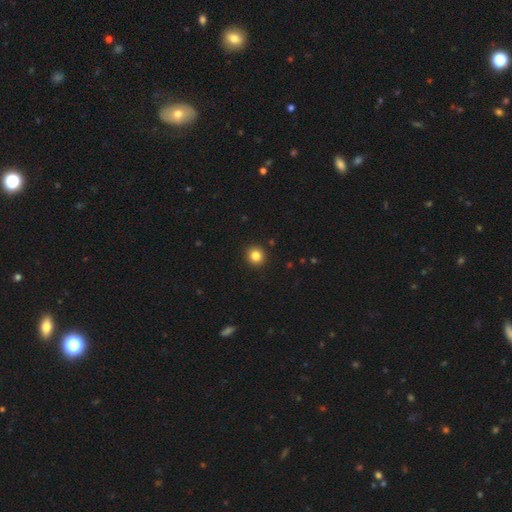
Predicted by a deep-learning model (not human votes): This is clearly a smooth galaxy (84%). How rounded: clearly round (93%). Merging: clearly none (93%).